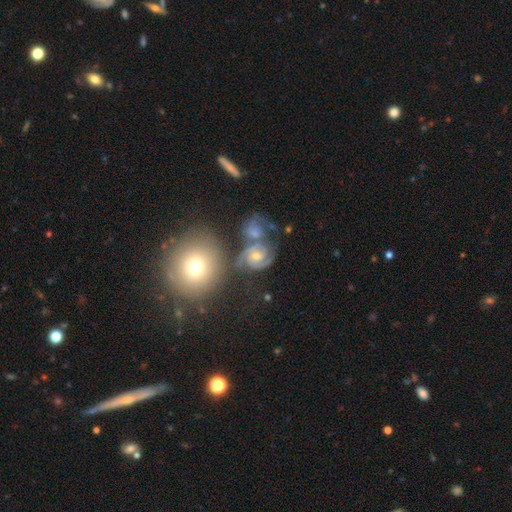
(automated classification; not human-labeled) smooth_or_featured: featured or disk (p=0.77) [alt: smooth p=0.13]
disk_edge_on: no (p=0.97) [alt: yes p=0.03]
bar: no (p=0.62) [alt: weak p=0.31]
has_spiral_arms: yes (p=0.95) [alt: no p=0.05]
spiral_winding: medium (p=0.47) [alt: tight p=0.42]
spiral_arm_count: 2 (p=0.70) [alt: 3 p=0.12]
bulge_size: moderate (p=0.53) [alt: small p=0.40]
merging: none (p=0.55) [alt: merger p=0.18]